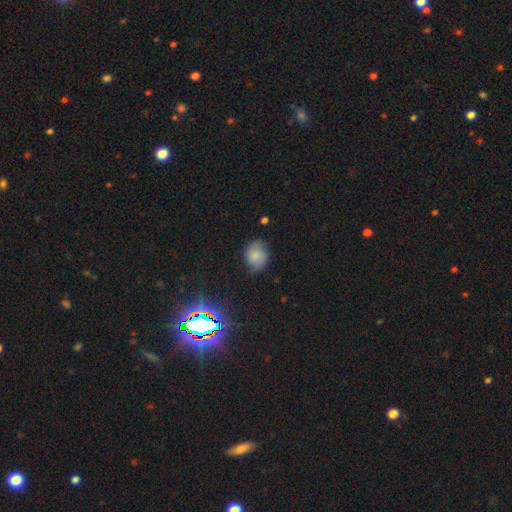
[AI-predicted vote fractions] smooth-or-featured: smooth: 80% | star or artifact: 11% | featured or disk: 10%
  how-rounded: round: 50% | in between: 49% | cigar-shaped: 1%
  merging: none: 72% | minor disturbance: 22% | major disturbance: 5% | merger: 1%